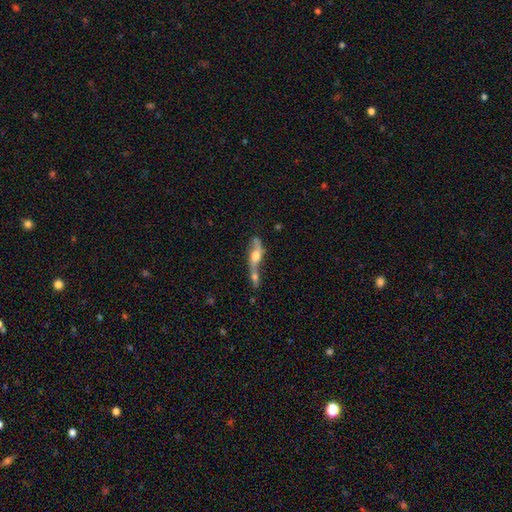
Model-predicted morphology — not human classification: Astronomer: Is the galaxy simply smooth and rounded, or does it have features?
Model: featured or disk — 57% (runner-up: smooth, 34%).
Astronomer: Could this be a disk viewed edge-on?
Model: no — 60% (runner-up: yes, 40%).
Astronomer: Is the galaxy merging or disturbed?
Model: merger — 61%.